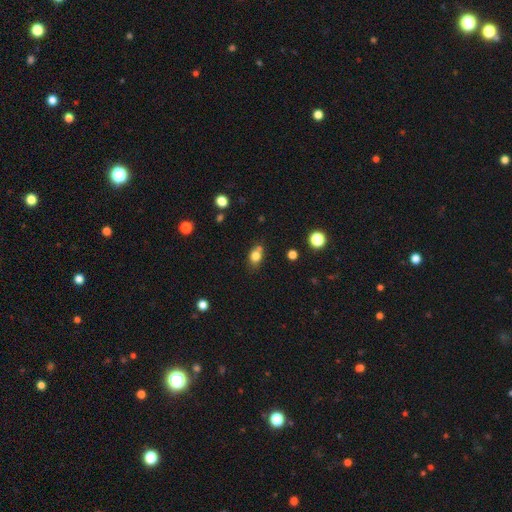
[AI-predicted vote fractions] A smooth galaxy with no disk features (79%) that is in between round and cigar-shaped (55%). Merging: none (61%).